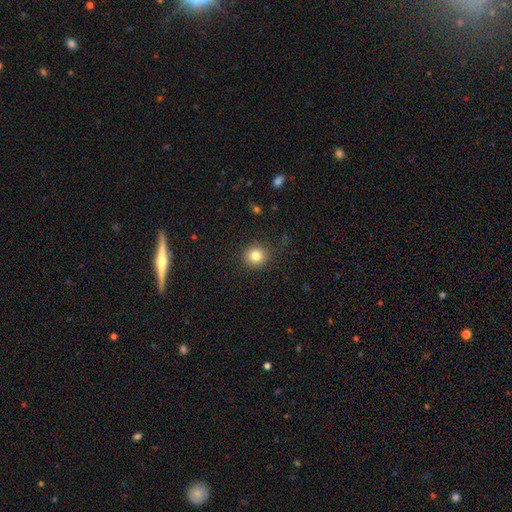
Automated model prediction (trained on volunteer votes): smooth 82%, star or artifact 11%, featured or disk 7%. Down the decision tree: how rounded — round (89%); merging — none (87%).